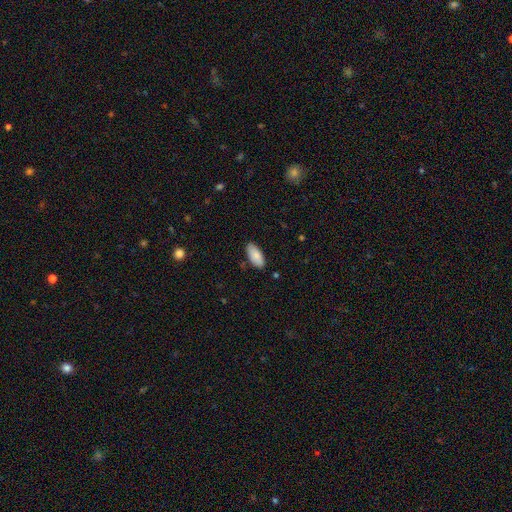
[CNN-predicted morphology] Smooth or featured?
  - smooth: 86% *
  - featured or disk: 8%
  - star or artifact: 6%
How rounded?
  - in between: 90% *
  - cigar-shaped: 8%
  - round: 2%
Merging?
  - none: 84% *
  - minor disturbance: 12%
  - major disturbance: 2%
  - merger: 2%